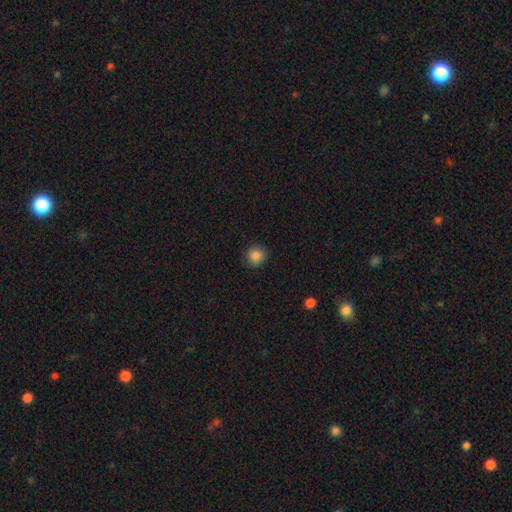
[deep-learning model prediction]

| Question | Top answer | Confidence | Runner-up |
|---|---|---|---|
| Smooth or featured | smooth | 85% | star or artifact (10%) |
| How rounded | round | 93% | in between (6%) |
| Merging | none | 90% | minor disturbance (7%) |